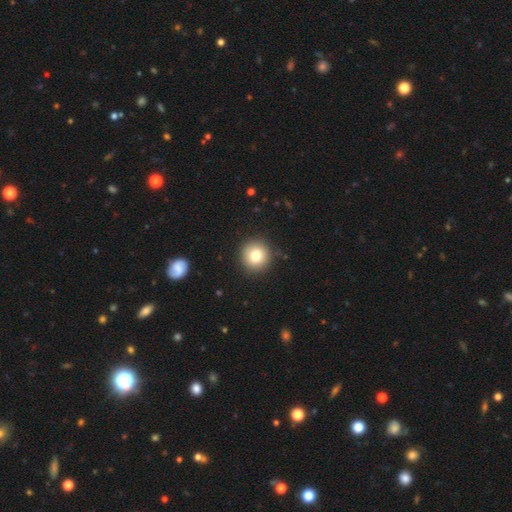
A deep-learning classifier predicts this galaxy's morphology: smooth-or-featured: smooth: 79% | star or artifact: 11% | featured or disk: 10%
  how-rounded: round: 94% | in between: 5% | cigar-shaped: 1%
  merging: none: 90% | minor disturbance: 7% | major disturbance: 2% | merger: 1%